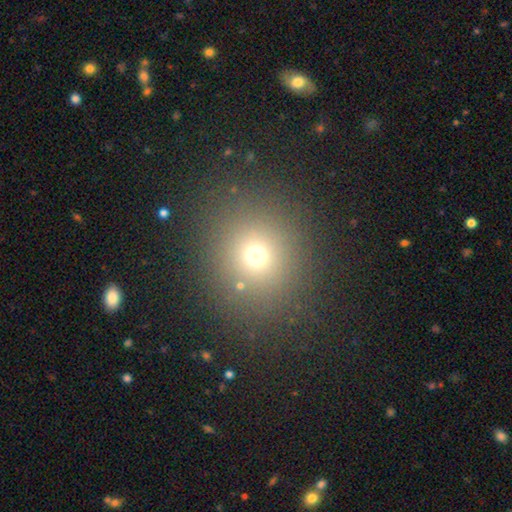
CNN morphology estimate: Smooth or featured? smooth (68%)
How rounded? round (90%)
Merging? none (86%)